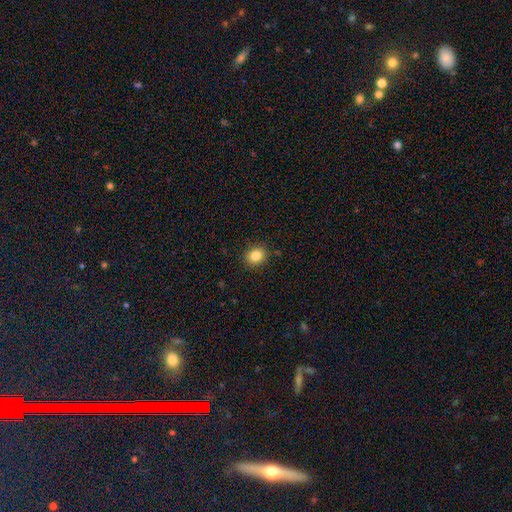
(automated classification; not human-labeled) Q: Smooth or featured?
A: smooth (83%); runner-up: star or artifact (10%)
Q: How rounded?
A: round (61%); runner-up: in between (38%)
Q: Merging?
A: none (89%); runner-up: minor disturbance (8%)